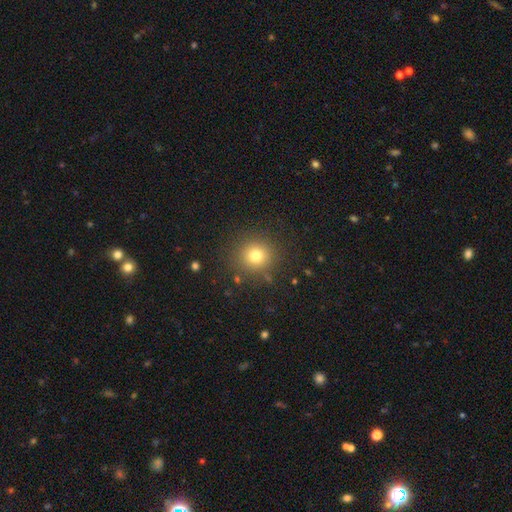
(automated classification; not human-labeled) Smooth or featured?
  - smooth: 76% *
  - star or artifact: 15%
  - featured or disk: 9%
How rounded?
  - round: 90% *
  - in between: 9%
  - cigar-shaped: 1%
Merging?
  - none: 87% *
  - minor disturbance: 8%
  - major disturbance: 4%
  - merger: 2%